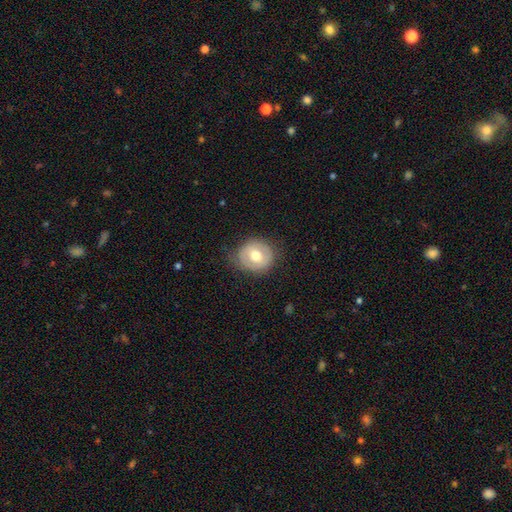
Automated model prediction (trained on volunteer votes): A smooth galaxy with no disk features (56%) that is round (82%).

Vote fractions:
- Smooth or featured? smooth: 56% / featured or disk: 38% / star or artifact: 6%
- How rounded? round: 82% / in between: 17% / cigar-shaped: 1%
- Merging? none: 76% / minor disturbance: 17% / major disturbance: 6% / merger: 1%